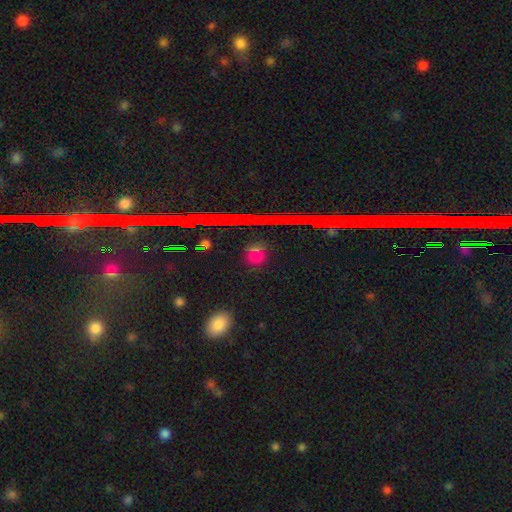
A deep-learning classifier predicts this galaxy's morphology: smooth_or_featured: smooth (p=0.50) [alt: star or artifact p=0.41]
merging: none (p=0.80) [alt: minor disturbance p=0.11]